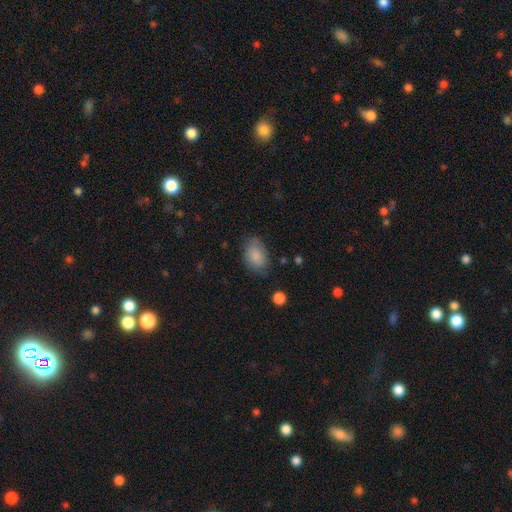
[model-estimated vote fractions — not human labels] A smooth galaxy with no disk features (84%) that is in between round and cigar-shaped (83%). Merging: none (68%).